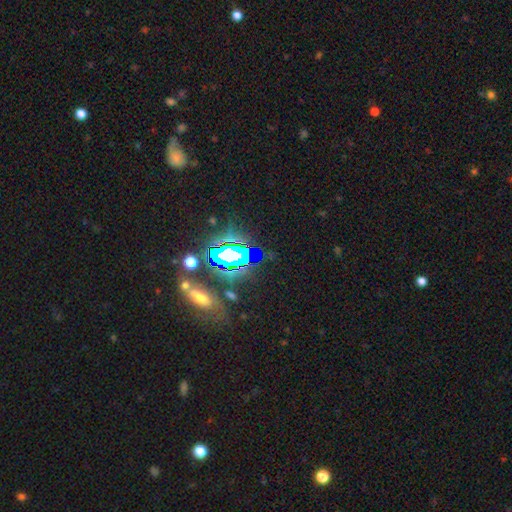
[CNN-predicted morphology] star or artifact 68%, smooth 17%, featured or disk 16%.